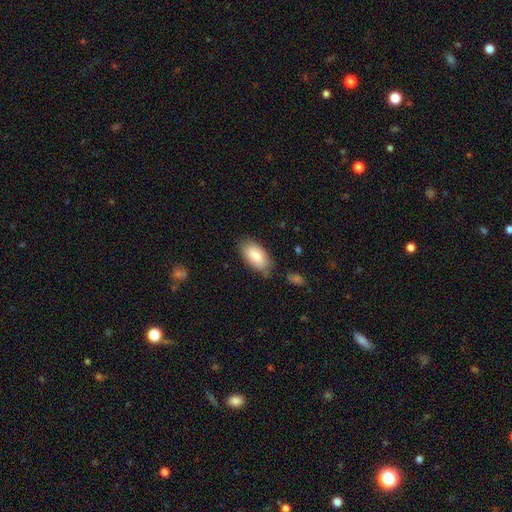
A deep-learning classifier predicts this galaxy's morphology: Q: Smooth or featured?
A: smooth (84%); runner-up: featured or disk (10%)
Q: How rounded?
A: in between (94%); runner-up: cigar-shaped (3%)
Q: Merging?
A: none (76%); runner-up: minor disturbance (18%)